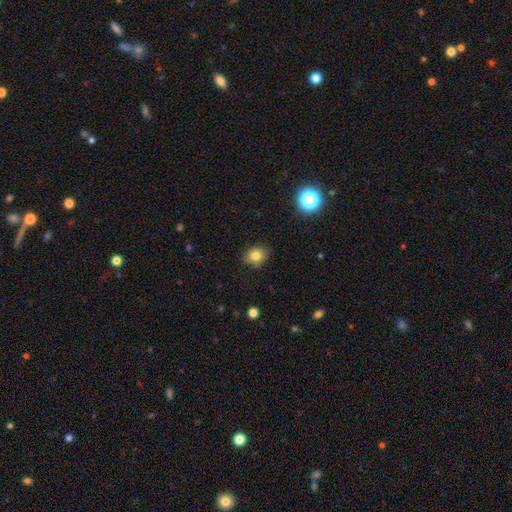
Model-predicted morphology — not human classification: type=smooth (80%); roundness=round (56%); merging=none (82%).